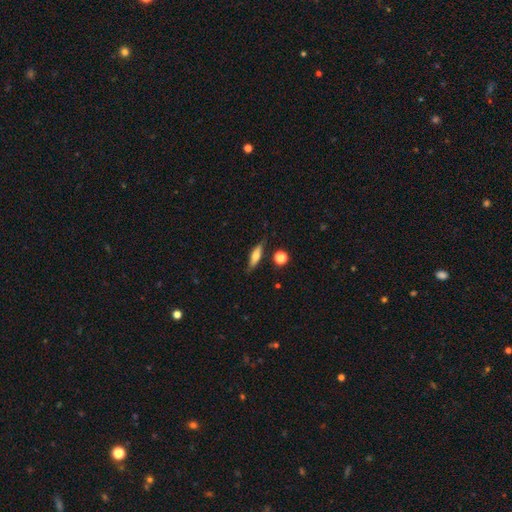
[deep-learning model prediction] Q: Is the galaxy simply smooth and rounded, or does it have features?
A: smooth — 56%.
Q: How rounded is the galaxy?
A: cigar-shaped — 59%.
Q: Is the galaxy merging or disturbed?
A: none — 78%.